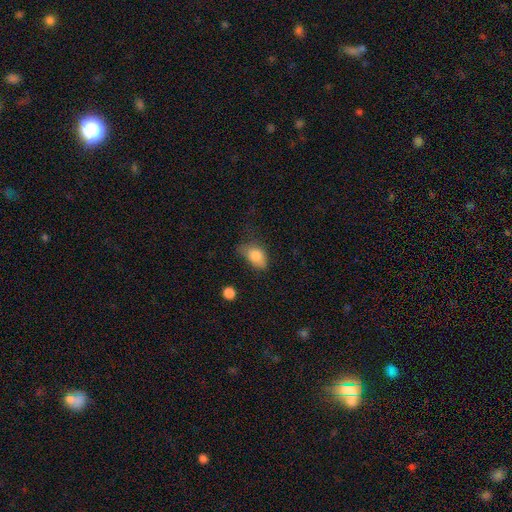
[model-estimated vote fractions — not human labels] Smooth or featured? smooth (82%)
How rounded? in between (83%)
Merging? none (39%, tied with minor disturbance)